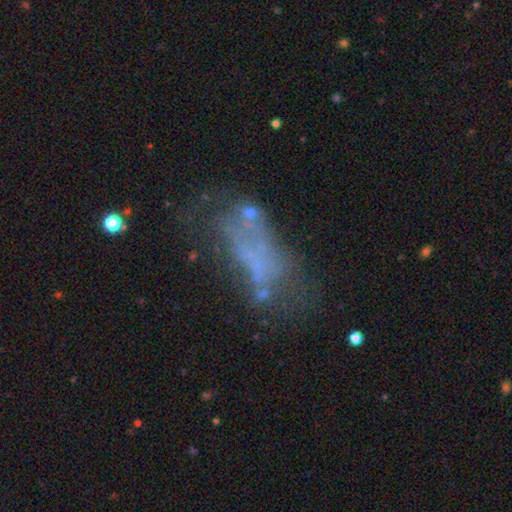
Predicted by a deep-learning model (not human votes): The model was most divided on "merging": none: 36%, major disturbance: 31%, minor disturbance: 20%, merger: 13%. Remaining: smooth or featured — featured or disk (44%).